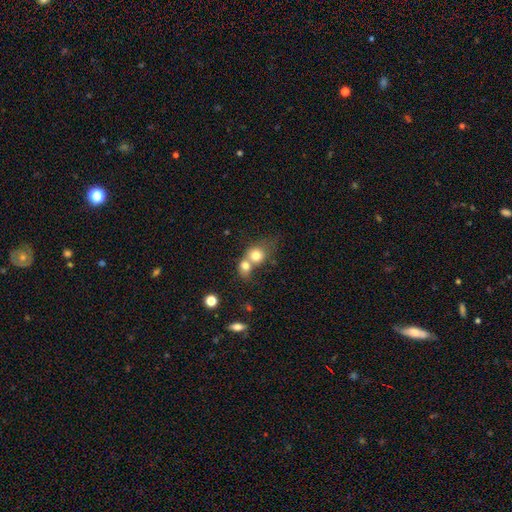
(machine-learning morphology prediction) This appears to be a smooth galaxy with no disk features (75%) that is round (70%). Merging: merger (65%).